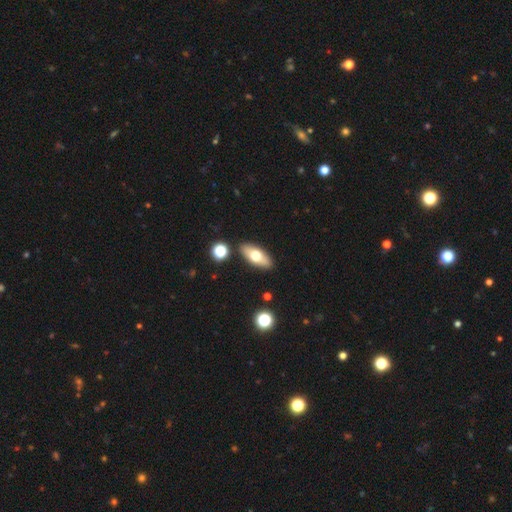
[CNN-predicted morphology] This appears to be a smooth galaxy with no disk features (63%) that is in between round and cigar-shaped (78%). Merging: none (87%).